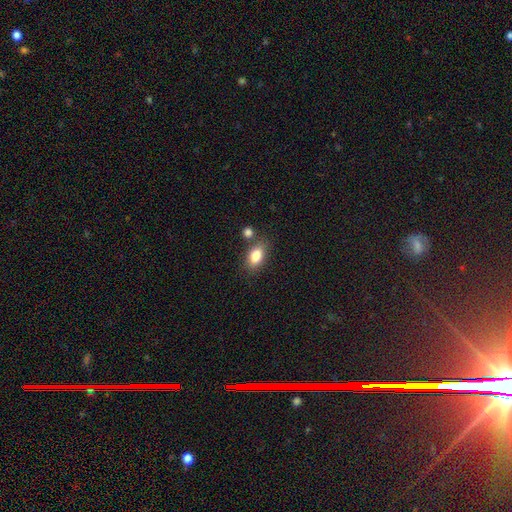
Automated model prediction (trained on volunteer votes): smooth 82%, featured or disk 9%, star or artifact 8%. Down the decision tree: how rounded — in between (86%); merging — none (71%).